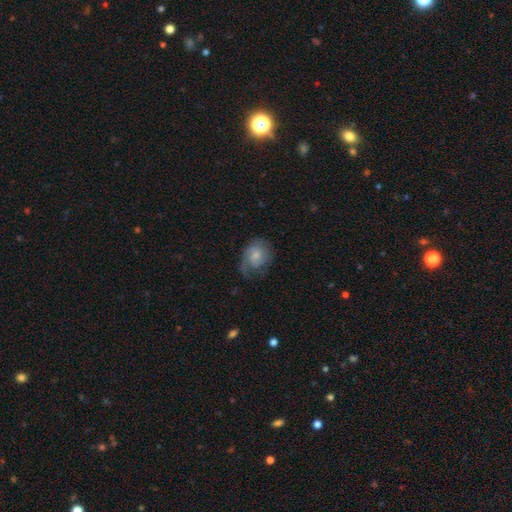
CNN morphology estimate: Smooth or featured? featured or disk (53%)
Edge-on disk? no (97%)
Bar? no (66%)
Spiral arms? yes (84%)
Bulge size? small (50%)
Merging? none (47%)